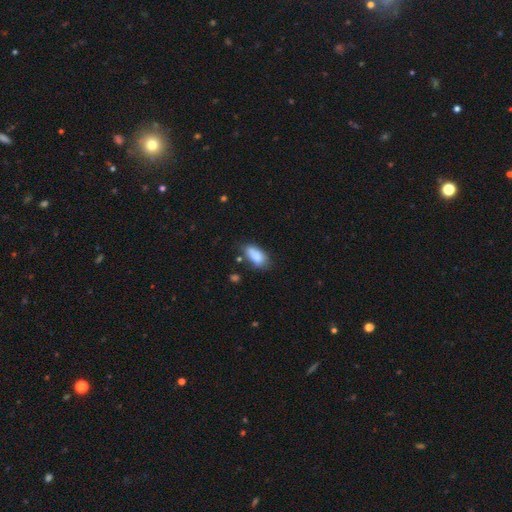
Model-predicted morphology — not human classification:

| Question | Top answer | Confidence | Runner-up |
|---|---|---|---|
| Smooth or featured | smooth | 84% | featured or disk (8%) |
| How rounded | in between | 91% | cigar-shaped (6%) |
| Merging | none | 57% | minor disturbance (29%) |